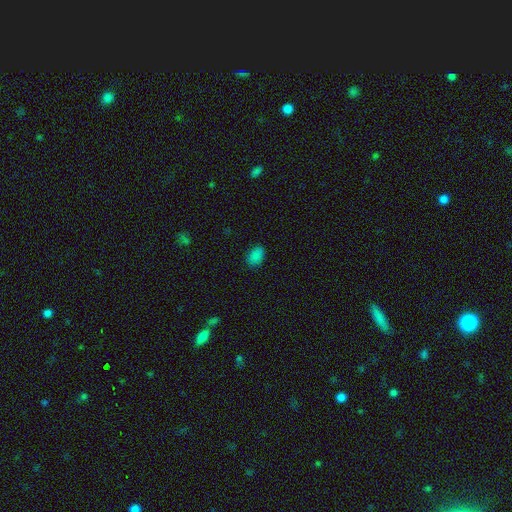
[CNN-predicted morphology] This is clearly a smooth galaxy (83%). How rounded: clearly in between (83%). Merging: clearly none (84%).